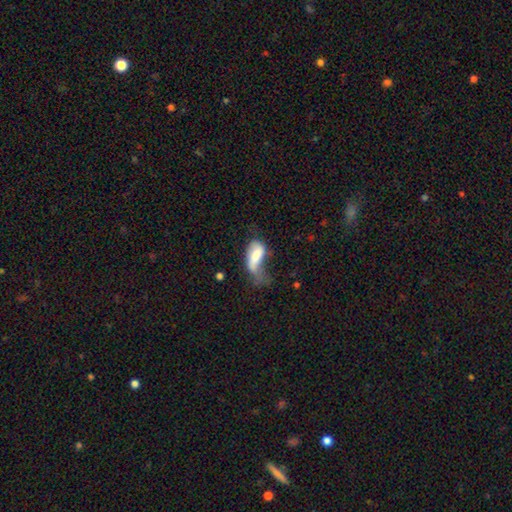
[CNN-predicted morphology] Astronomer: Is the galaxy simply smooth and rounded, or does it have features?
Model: smooth — 66%.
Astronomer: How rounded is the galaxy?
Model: in between — 84%.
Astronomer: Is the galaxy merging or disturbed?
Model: major disturbance — 54%.